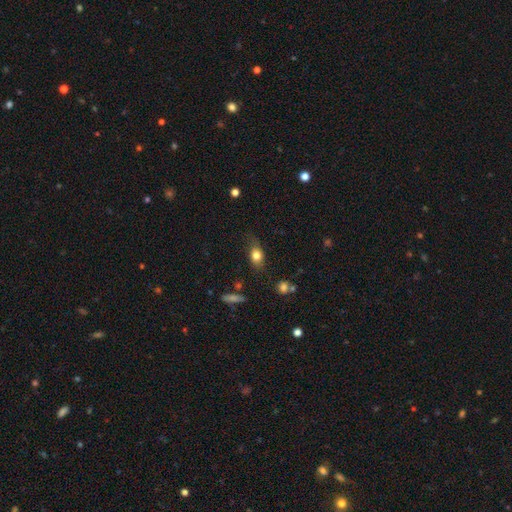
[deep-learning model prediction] A smooth galaxy with no disk features (78%) that is in between round and cigar-shaped (74%).

Vote fractions:
- Smooth or featured? smooth: 78% / featured or disk: 12% / star or artifact: 9%
- How rounded? in between: 74% / round: 22% / cigar-shaped: 4%
- Merging? none: 62% / minor disturbance: 27% / major disturbance: 9% / merger: 2%